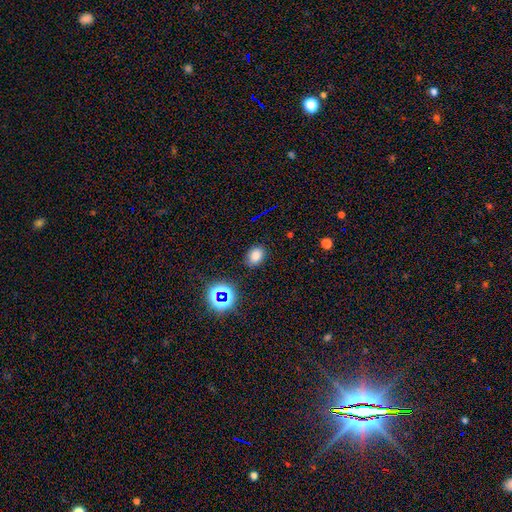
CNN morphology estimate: Q: Smooth or featured?
A: smooth (74%); runner-up: star or artifact (19%)
Q: How rounded?
A: in between (65%); runner-up: round (34%)
Q: Merging?
A: none (83%); runner-up: minor disturbance (12%)